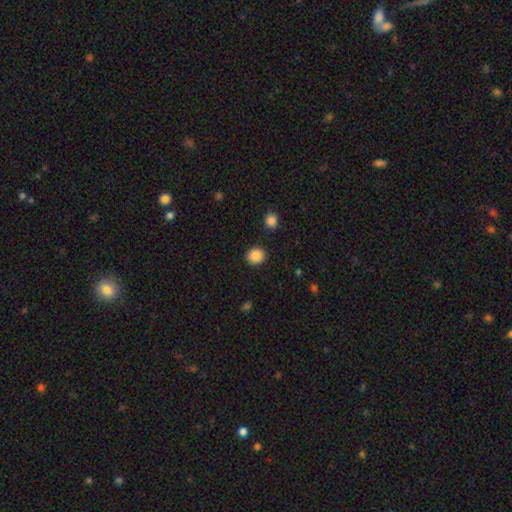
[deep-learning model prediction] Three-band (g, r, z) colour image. It shows a smooth galaxy with no disk features (88%) that is round (77%). Merging: none (90%).